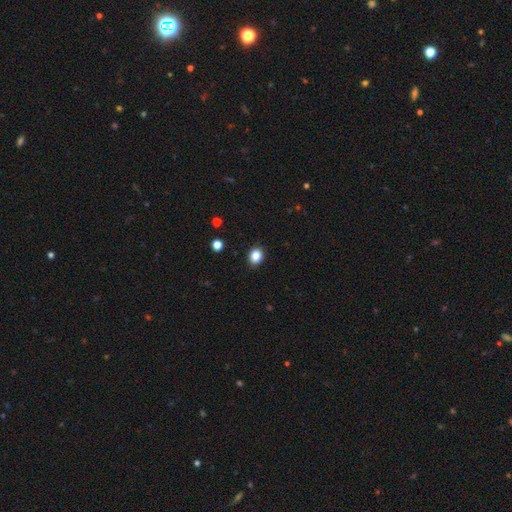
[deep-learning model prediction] This appears to be a smooth galaxy with no disk features (87%) that is round (52%). Merging: none (90%).